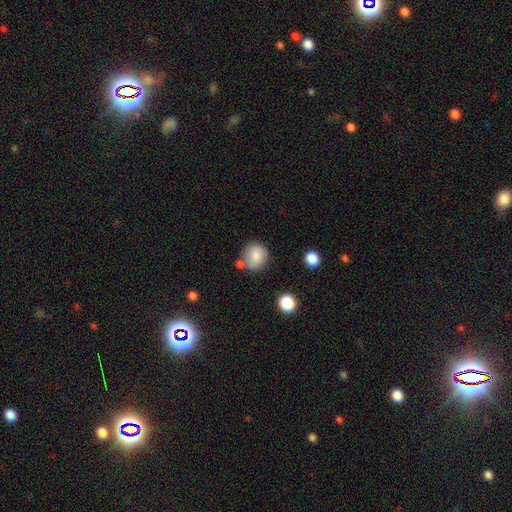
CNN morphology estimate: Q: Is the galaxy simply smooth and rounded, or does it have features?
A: smooth — 81%.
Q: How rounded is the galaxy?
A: round — 84%.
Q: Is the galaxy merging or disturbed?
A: none — 67%.